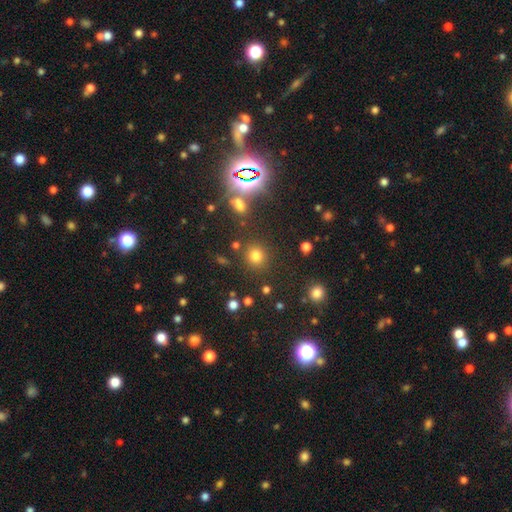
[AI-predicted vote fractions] A smooth galaxy with no disk features (73%) that is round (89%).

Vote fractions:
- Smooth or featured? smooth: 73% / star or artifact: 20% / featured or disk: 7%
- How rounded? round: 89% / in between: 10% / cigar-shaped: 1%
- Merging? none: 81% / minor disturbance: 8% / merger: 6% / major disturbance: 4%